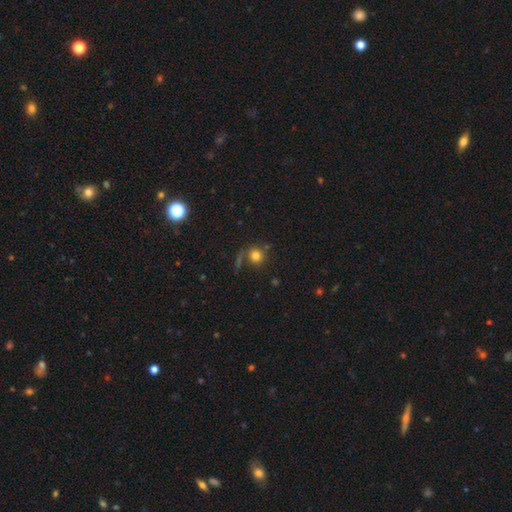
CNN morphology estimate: Smooth or featured: smooth — 79% (star or artifact — 12%)
How rounded: round — 89% (in between — 10%)
Merging: none — 67% (minor disturbance — 13%)